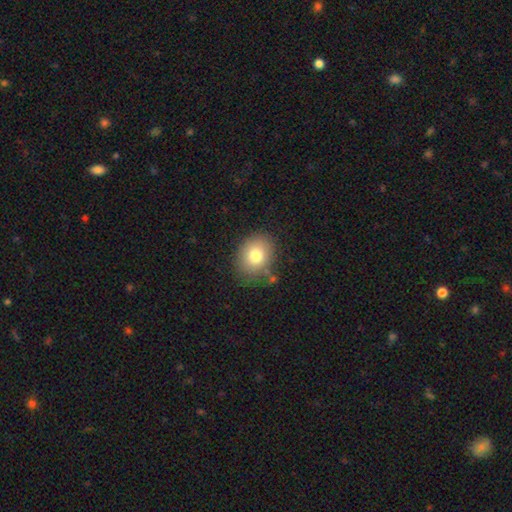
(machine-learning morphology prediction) This is likely a smooth galaxy (79%). How rounded: possibly round (54%). Merging: likely none (79%).